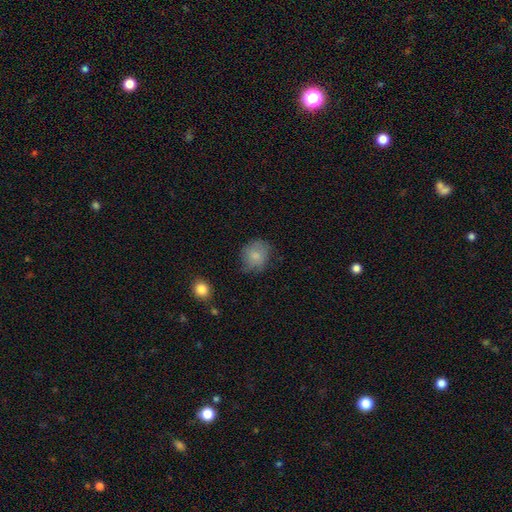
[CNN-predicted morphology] Smooth or featured?
  - smooth: 81% *
  - featured or disk: 12%
  - star or artifact: 8%
How rounded?
  - round: 76% *
  - in between: 23%
  - cigar-shaped: 1%
Merging?
  - none: 67% *
  - minor disturbance: 25%
  - major disturbance: 6%
  - merger: 2%